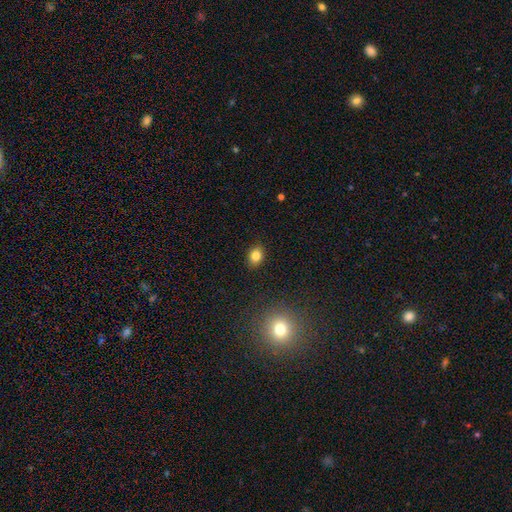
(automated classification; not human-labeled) Smooth or featured: smooth — 82% (star or artifact — 11%)
How rounded: in between — 60% (round — 38%)
Merging: none — 89% (minor disturbance — 8%)